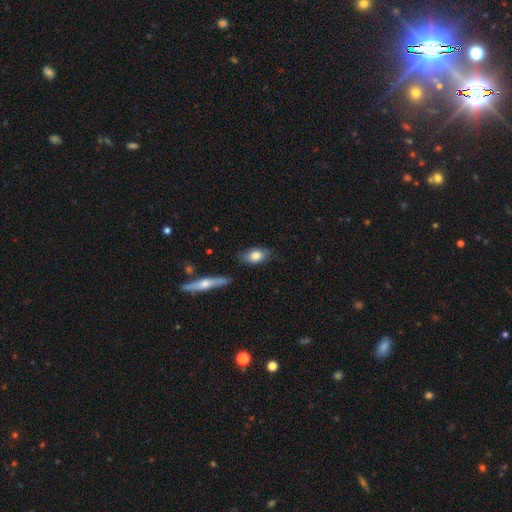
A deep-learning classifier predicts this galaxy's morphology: smooth 77%, featured or disk 16%, star or artifact 6%. Down the decision tree: how rounded — in between (86%); merging — none (78%).